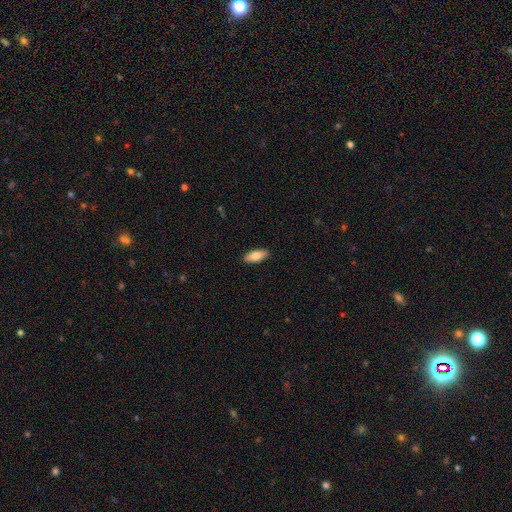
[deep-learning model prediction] Smooth or featured?
  - smooth: 82% *
  - featured or disk: 12%
  - star or artifact: 6%
How rounded?
  - in between: 79% *
  - cigar-shaped: 19%
  - round: 2%
Merging?
  - none: 89% *
  - minor disturbance: 8%
  - major disturbance: 2%
  - merger: 1%